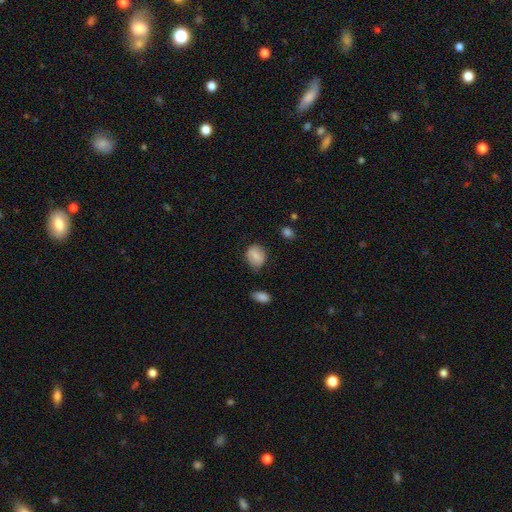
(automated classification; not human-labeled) smooth-or-featured: smooth: 77% | featured or disk: 15% | star or artifact: 8%
  how-rounded: round: 56% | in between: 43% | cigar-shaped: 1%
  merging: none: 75% | minor disturbance: 18% | major disturbance: 5% | merger: 2%